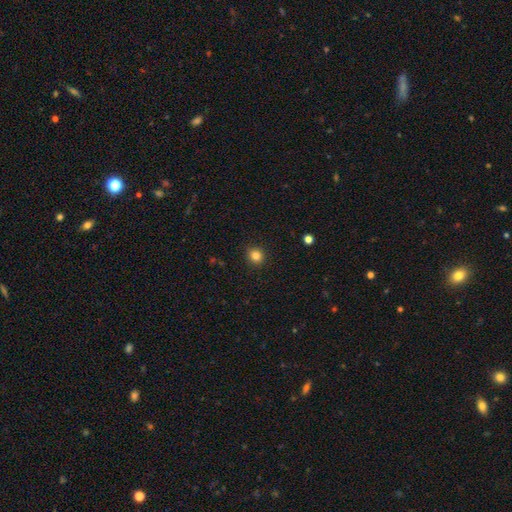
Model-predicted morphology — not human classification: Smooth or featured? Predicted: smooth (p=0.83). How rounded? Predicted: round (p=0.90). Merging? Predicted: none (p=0.91).